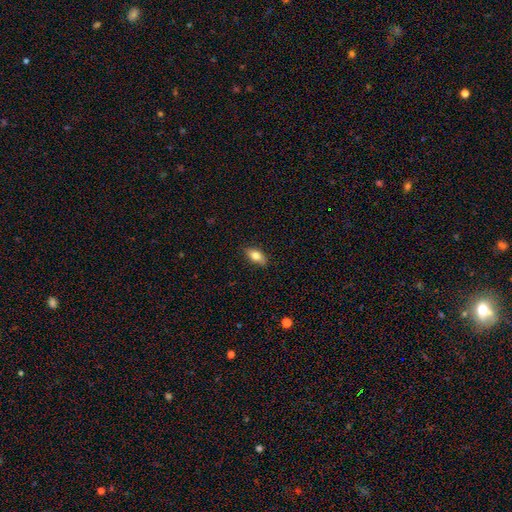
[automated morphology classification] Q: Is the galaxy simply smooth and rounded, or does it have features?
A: smooth — 77%.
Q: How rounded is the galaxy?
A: in between — 86%.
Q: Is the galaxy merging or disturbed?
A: none — 86%.